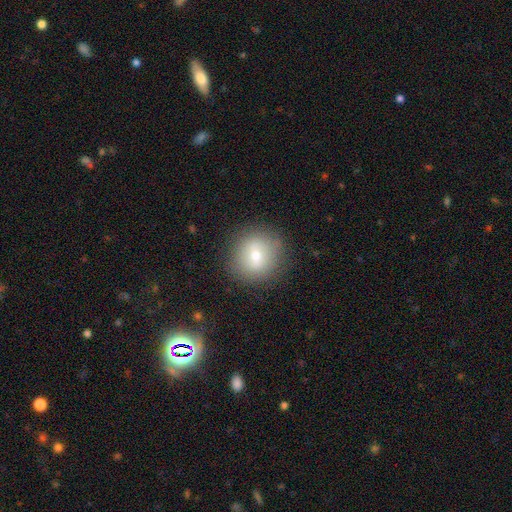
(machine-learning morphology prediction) Smooth or featured? smooth (66%)
How rounded? round (90%)
Merging? none (86%)